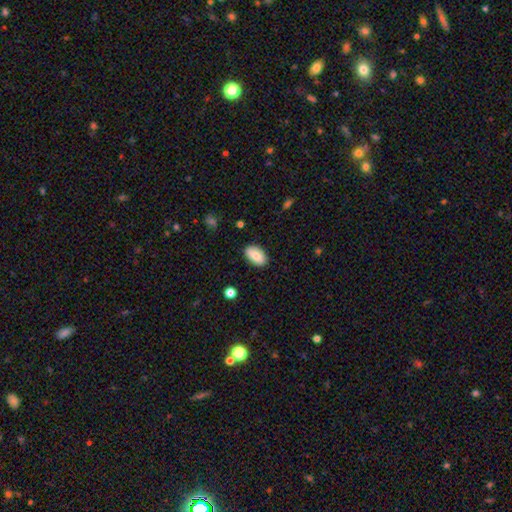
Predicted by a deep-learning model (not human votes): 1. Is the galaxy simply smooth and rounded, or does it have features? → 82% smooth, 11% featured or disk, 7% star or artifact.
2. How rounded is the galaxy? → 94% in between, 4% round, 2% cigar-shaped.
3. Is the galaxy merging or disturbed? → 87% none, 10% minor disturbance, 2% major disturbance, 1% merger.